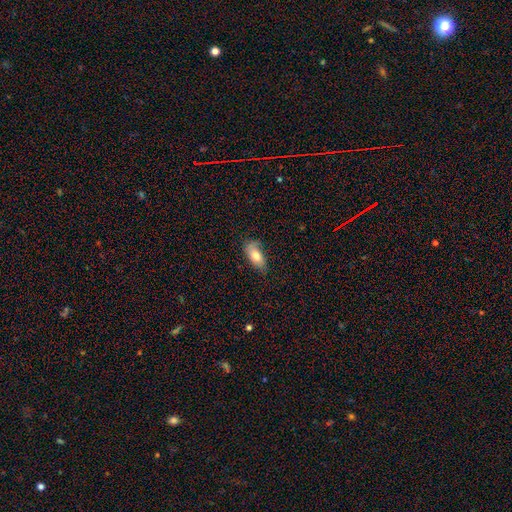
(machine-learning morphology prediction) The model was most divided on "merging": none: 59%, minor disturbance: 30%, major disturbance: 9%, merger: 2%. More confident: how rounded — in between (88%); smooth or featured — smooth (75%).